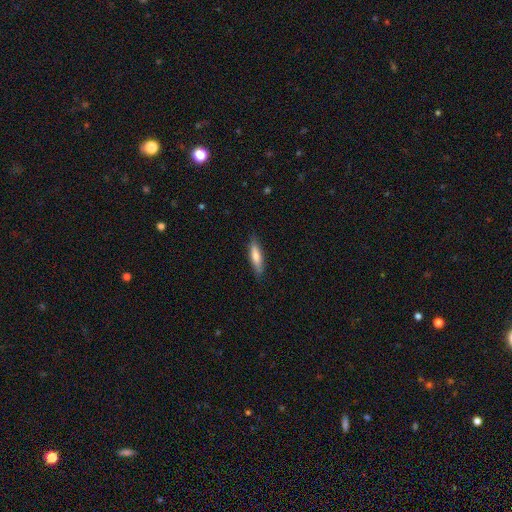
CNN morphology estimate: A smooth galaxy with no disk features (70%) that is cigar-shaped (76%). Merging: none (85%).